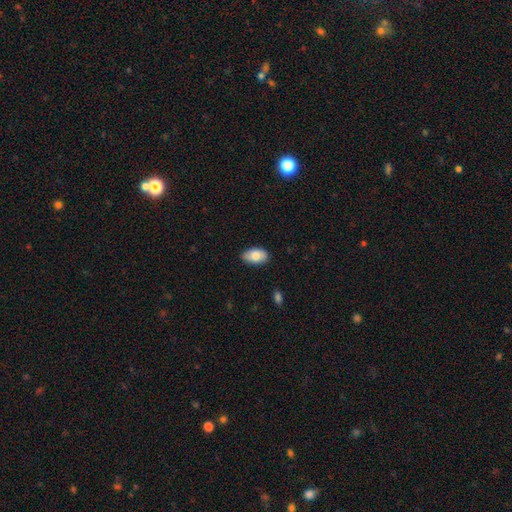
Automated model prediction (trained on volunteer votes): smooth-or-featured: smooth: 78% | featured or disk: 16% | star or artifact: 7%
  how-rounded: in between: 93% | round: 5% | cigar-shaped: 2%
  merging: none: 81% | minor disturbance: 15% | major disturbance: 2% | merger: 1%